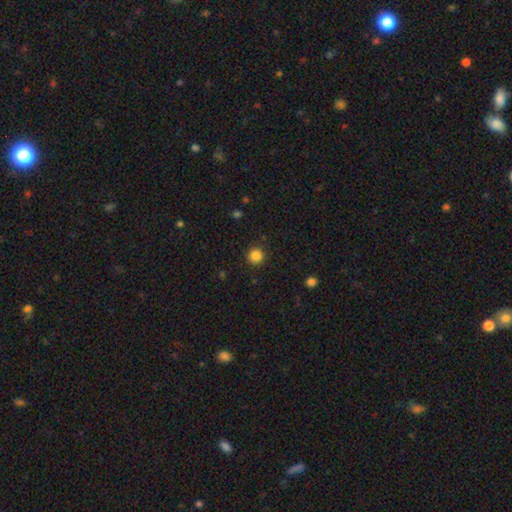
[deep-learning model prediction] smooth 85%, star or artifact 12%, featured or disk 4%. Down the decision tree: how rounded — round (95%); merging — none (92%).